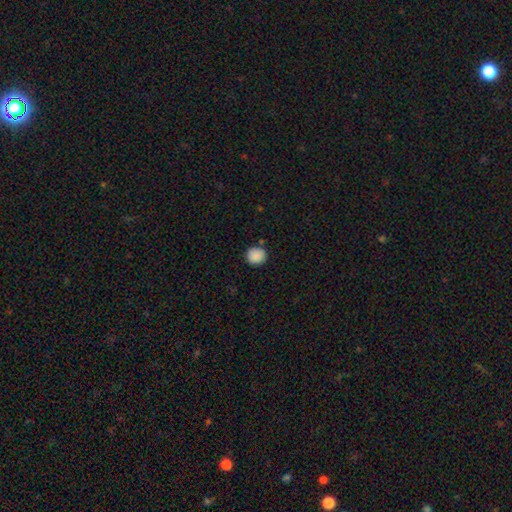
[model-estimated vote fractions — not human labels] Smooth or featured? smooth (88%)
How rounded? round (89%)
Merging? none (85%)